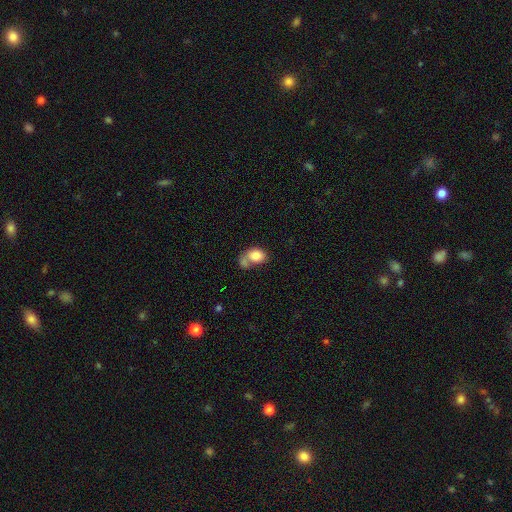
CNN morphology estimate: A smooth galaxy with no disk features (80%) that is in between round and cigar-shaped (65%). Merging: merger (43%).